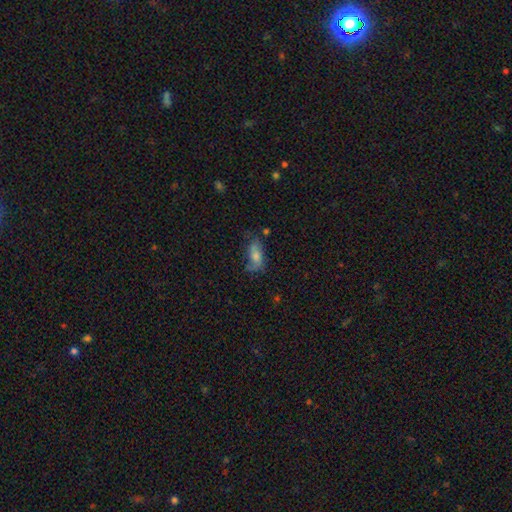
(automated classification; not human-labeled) This appears to be a smooth galaxy with no disk features (63%) that is in between round and cigar-shaped (84%). Merging: none (46%).